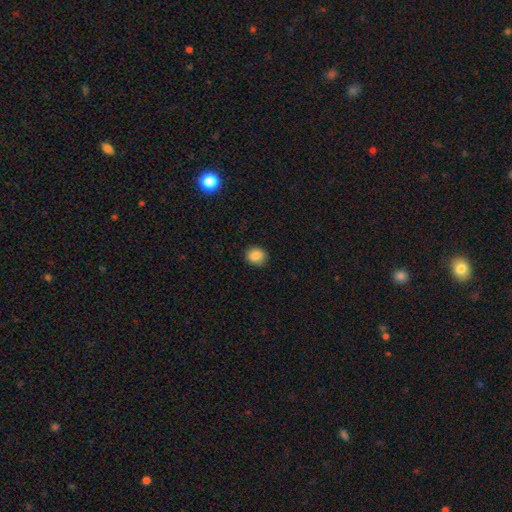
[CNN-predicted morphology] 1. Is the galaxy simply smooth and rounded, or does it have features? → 86% smooth, 10% star or artifact, 5% featured or disk.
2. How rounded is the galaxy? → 80% round, 19% in between, 1% cigar-shaped.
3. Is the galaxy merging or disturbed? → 88% none, 9% minor disturbance, 2% major disturbance, 1% merger.